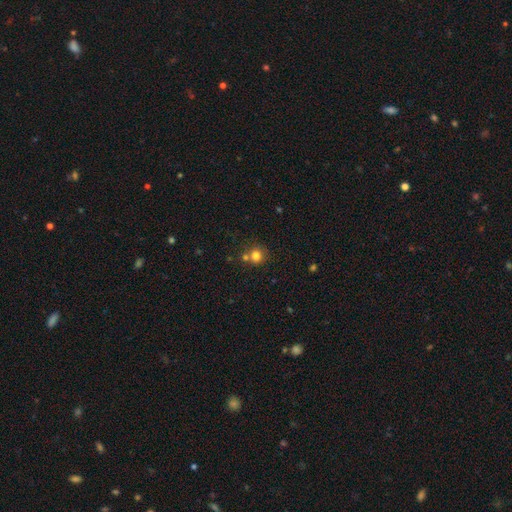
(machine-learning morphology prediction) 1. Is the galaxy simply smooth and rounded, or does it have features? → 78% smooth, 14% star or artifact, 8% featured or disk.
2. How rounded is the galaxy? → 89% round, 10% in between, 1% cigar-shaped.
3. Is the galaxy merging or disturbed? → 61% none, 27% merger, 9% minor disturbance, 3% major disturbance.